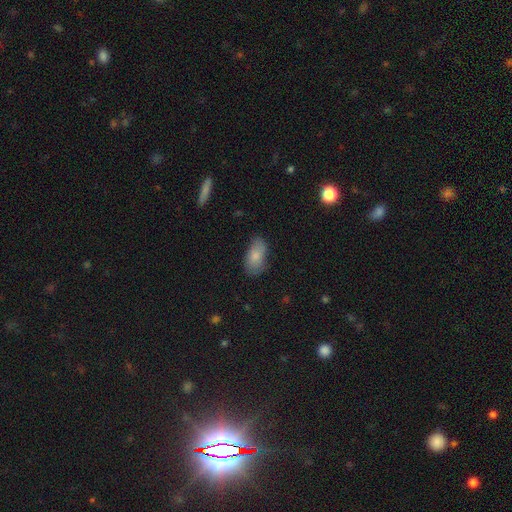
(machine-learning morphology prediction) smooth-or-featured: smooth: 79% | featured or disk: 14% | star or artifact: 7%
  how-rounded: in between: 93% | round: 4% | cigar-shaped: 3%
  merging: none: 70% | minor disturbance: 23% | major disturbance: 5% | merger: 2%